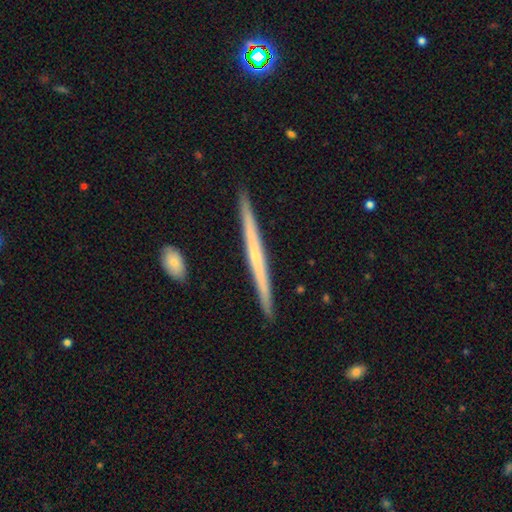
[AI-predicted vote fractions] Smooth or featured: featured or disk — 64% (smooth — 31%)
Edge-on disk: yes — 98% (no — 2%)
Edge-on bulge: none — 71% (rounded — 25%)
Merging: none — 92% (minor disturbance — 6%)